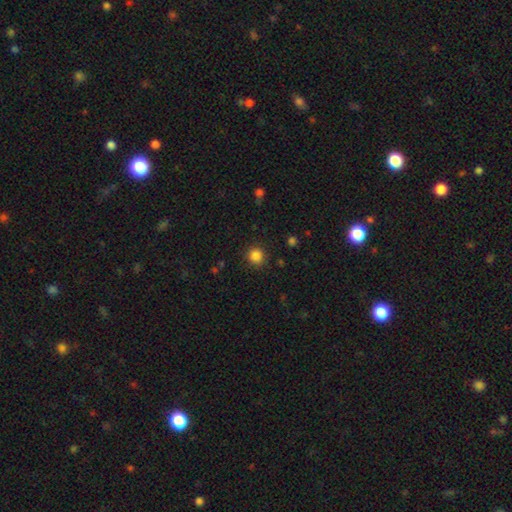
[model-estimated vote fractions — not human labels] A smooth galaxy with no disk features (85%) that is round (93%). Merging: none (89%).